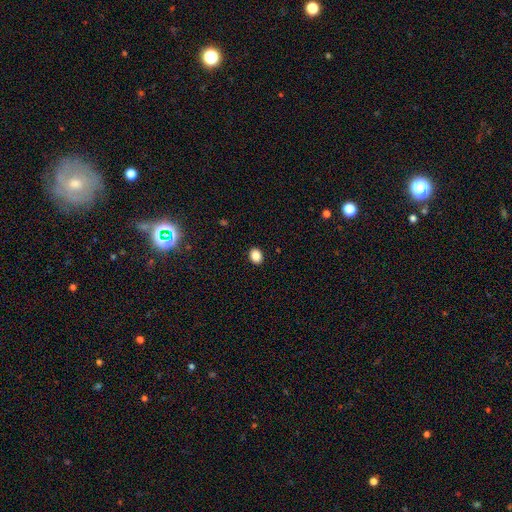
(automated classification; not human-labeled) Smooth or featured: smooth — 87% (star or artifact — 10%)
How rounded: in between — 54% (round — 45%)
Merging: none — 91% (minor disturbance — 6%)